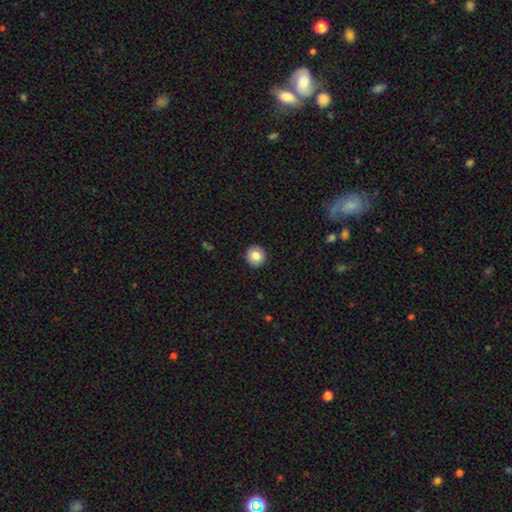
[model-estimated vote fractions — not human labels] smooth-or-featured: smooth: 83% | star or artifact: 9% | featured or disk: 8%
  how-rounded: round: 94% | in between: 5% | cigar-shaped: 1%
  merging: none: 93% | minor disturbance: 5% | major disturbance: 1% | merger: 1%